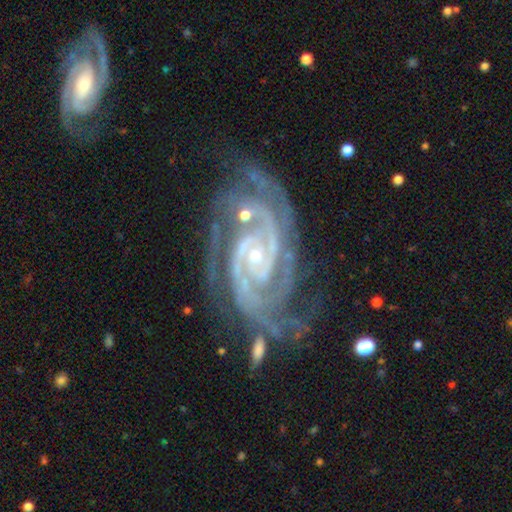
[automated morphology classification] This appears to be a featured or disk galaxy (93%) with no bar (56%), 2 (47%) tight (70%) spiral arms (99%) and a small central bulge (79%). Merging: none (62%).